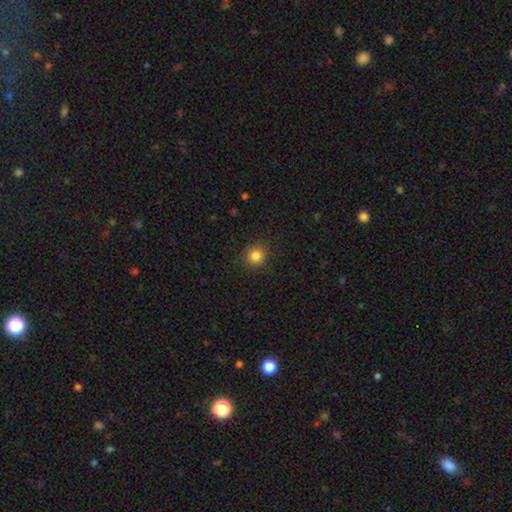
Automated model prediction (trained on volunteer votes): Smooth or featured: smooth — 84% (star or artifact — 12%)
How rounded: round — 91% (in between — 8%)
Merging: none — 89% (minor disturbance — 7%)